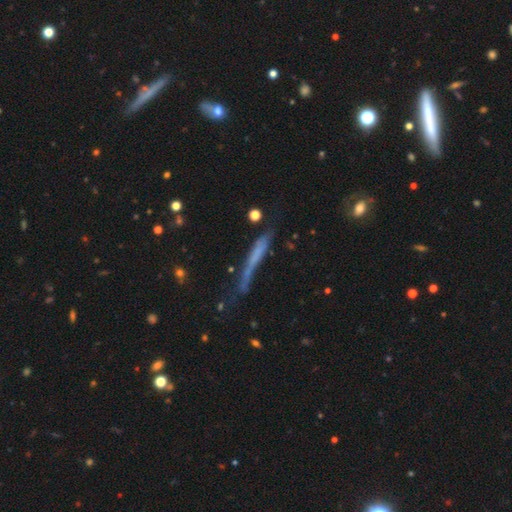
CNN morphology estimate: A smooth galaxy with no disk features (47%). Merging: none (54%).